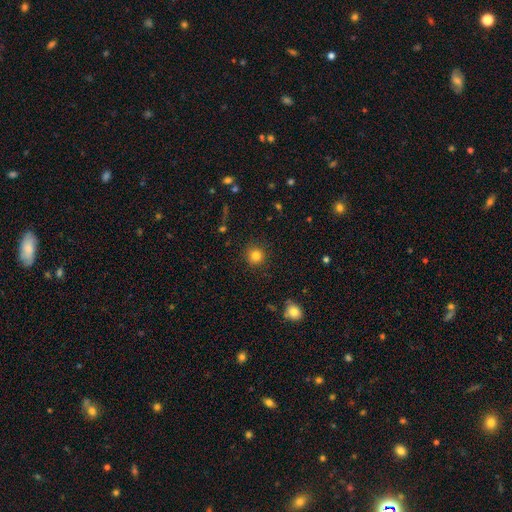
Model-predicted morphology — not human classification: Smooth or featured? Predicted: smooth (p=0.82). How rounded? Predicted: round (p=0.94). Merging? Predicted: none (p=0.90).